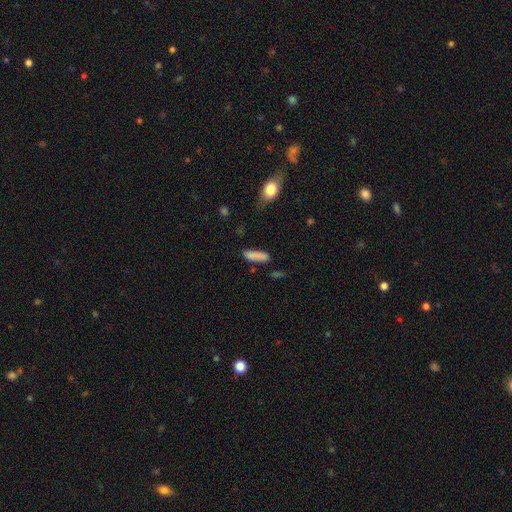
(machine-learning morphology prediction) smooth-or-featured: smooth: 85% | featured or disk: 7% | star or artifact: 7%
  how-rounded: cigar-shaped: 62% | in between: 36% | round: 2%
  merging: none: 72% | minor disturbance: 19% | merger: 5% | major disturbance: 4%